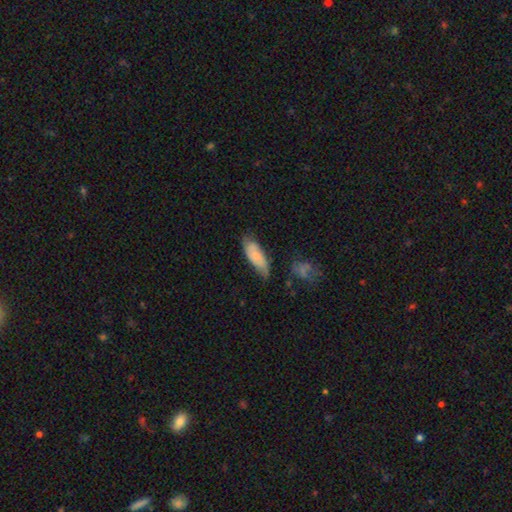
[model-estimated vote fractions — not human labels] Morphology: type=smooth (68%); roundness=in between (73%); merging=none (57%).